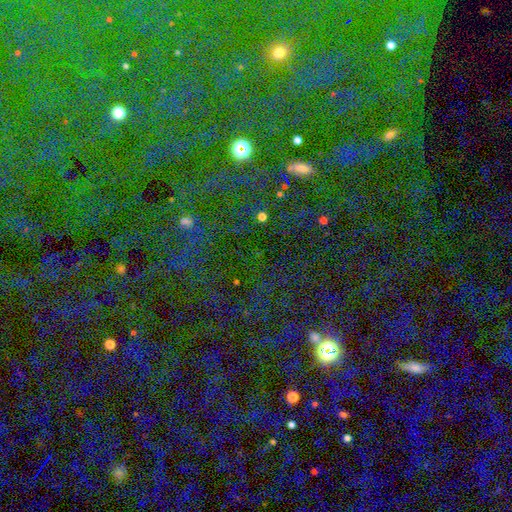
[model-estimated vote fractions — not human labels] smooth_or_featured: star or artifact (p=0.80) [alt: smooth p=0.12]